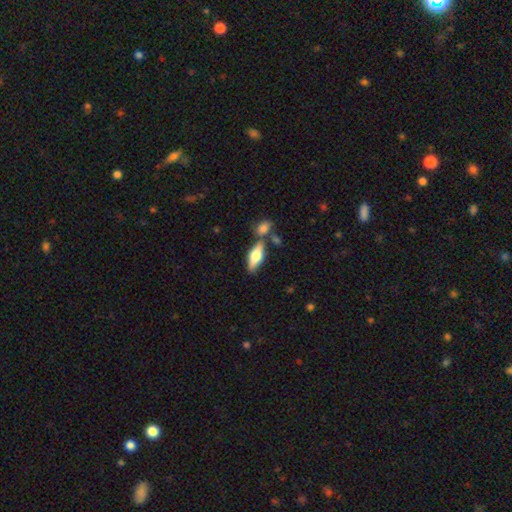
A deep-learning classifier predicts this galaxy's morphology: Smooth or featured? smooth (58%)
How rounded? in between (71%)
Merging? none (66%)